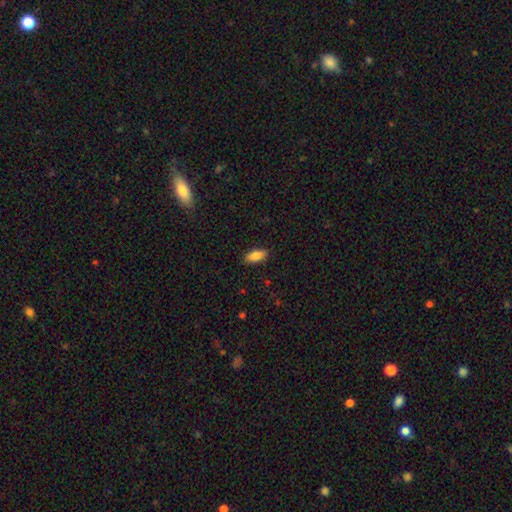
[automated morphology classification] Q: Smooth or featured?
A: smooth (85%); runner-up: featured or disk (8%)
Q: How rounded?
A: in between (82%); runner-up: cigar-shaped (15%)
Q: Merging?
A: none (88%); runner-up: minor disturbance (9%)